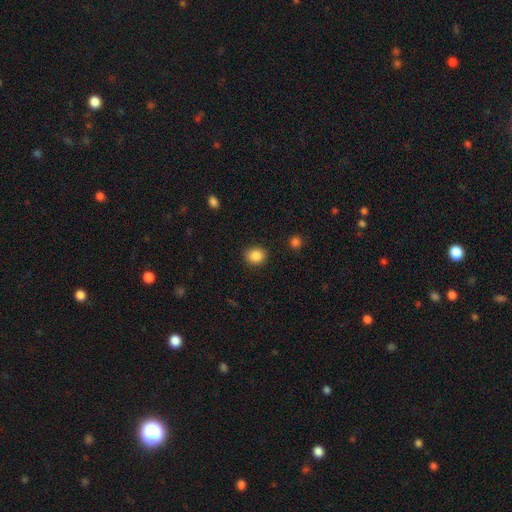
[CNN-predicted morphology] Smooth or featured?
  - smooth: 86% *
  - star or artifact: 10%
  - featured or disk: 4%
How rounded?
  - round: 79% *
  - in between: 20%
  - cigar-shaped: 1%
Merging?
  - none: 89% *
  - minor disturbance: 7%
  - major disturbance: 2%
  - merger: 1%